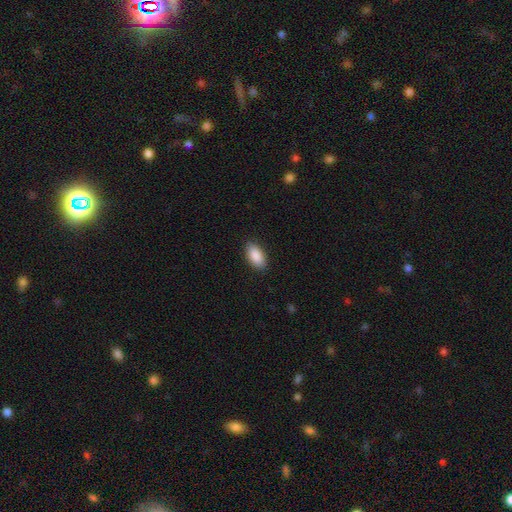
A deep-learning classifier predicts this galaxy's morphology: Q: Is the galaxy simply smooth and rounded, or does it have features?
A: smooth — 90%.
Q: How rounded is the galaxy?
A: in between — 94%.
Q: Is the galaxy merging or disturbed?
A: none — 88%.